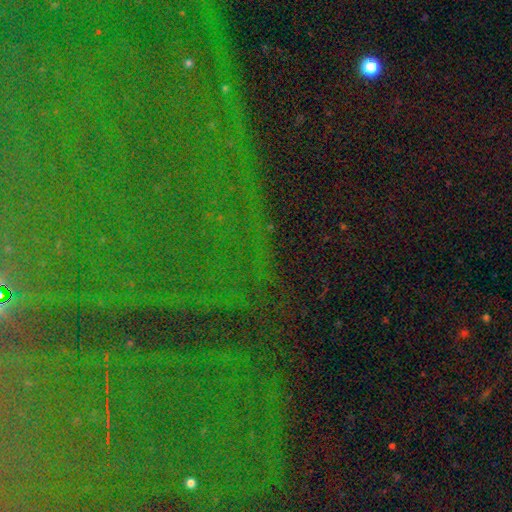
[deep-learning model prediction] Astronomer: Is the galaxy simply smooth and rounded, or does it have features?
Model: star or artifact — 84%.